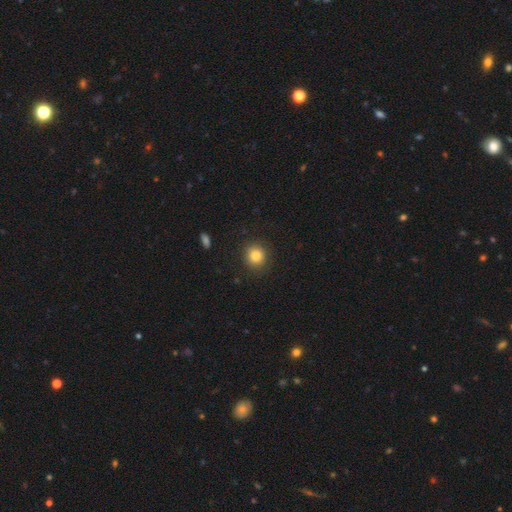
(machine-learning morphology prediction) Smooth or featured? smooth (83%)
How rounded? round (87%)
Merging? none (89%)